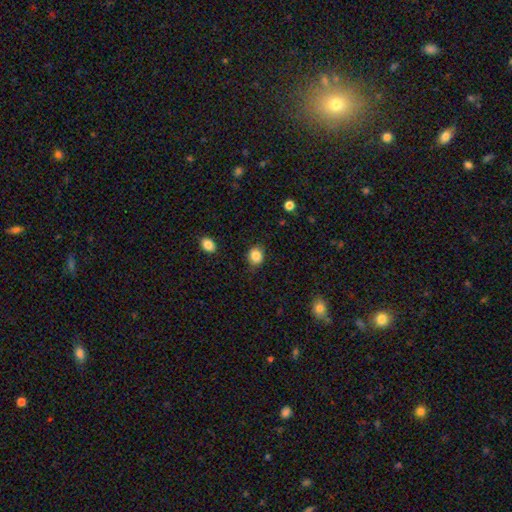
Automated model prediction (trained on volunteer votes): Q: Smooth or featured?
A: smooth (86%); runner-up: star or artifact (9%)
Q: How rounded?
A: round (59%); runner-up: in between (40%)
Q: Merging?
A: none (79%); runner-up: minor disturbance (16%)